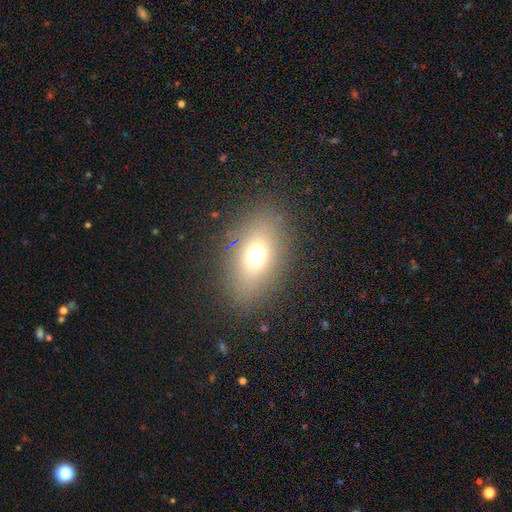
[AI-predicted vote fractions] Smooth or featured?
  - smooth: 67% *
  - featured or disk: 17%
  - star or artifact: 15%
How rounded?
  - in between: 79% *
  - round: 17%
  - cigar-shaped: 4%
Merging?
  - none: 84% *
  - minor disturbance: 9%
  - major disturbance: 5%
  - merger: 1%